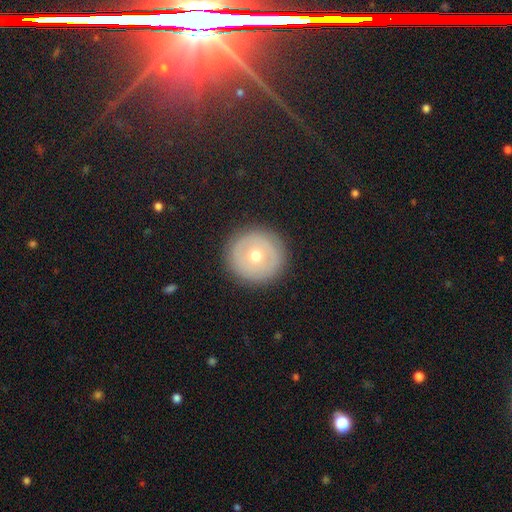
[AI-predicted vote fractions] Smooth or featured? Predicted: smooth (p=0.51). How rounded? Predicted: round (p=0.94). Merging? Predicted: none (p=0.90).